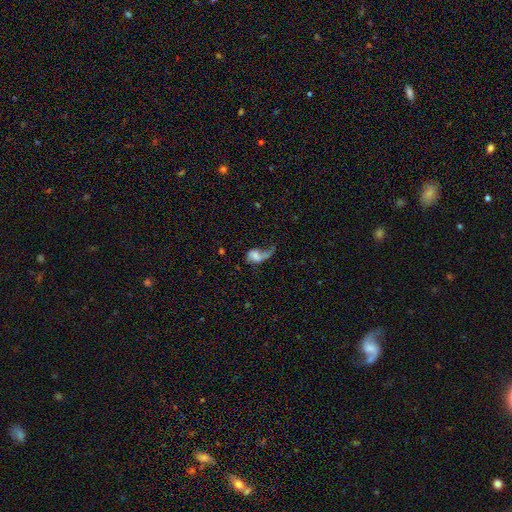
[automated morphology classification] Smooth or featured?
  - featured or disk: 45% *
  - smooth: 43%
  - star or artifact: 12%
Merging?
  - major disturbance: 53% *
  - none: 18%
  - minor disturbance: 16%
  - merger: 13%